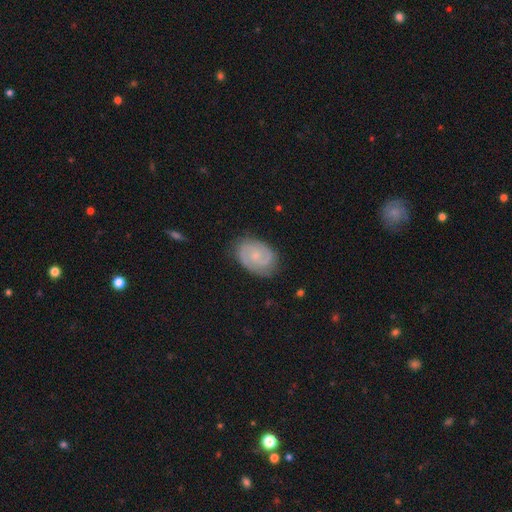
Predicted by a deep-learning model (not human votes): Smooth or featured? Predicted: featured or disk (p=0.78). Edge-on disk? Predicted: no (p=0.97). Bar? Predicted: no (p=0.66). Spiral arms? Predicted: yes (p=0.95). Spiral winding? Predicted: tight (p=0.55). Spiral arm count? Predicted: 2 (p=0.79). Bulge size? Predicted: small (p=0.69). Merging? Predicted: none (p=0.81).